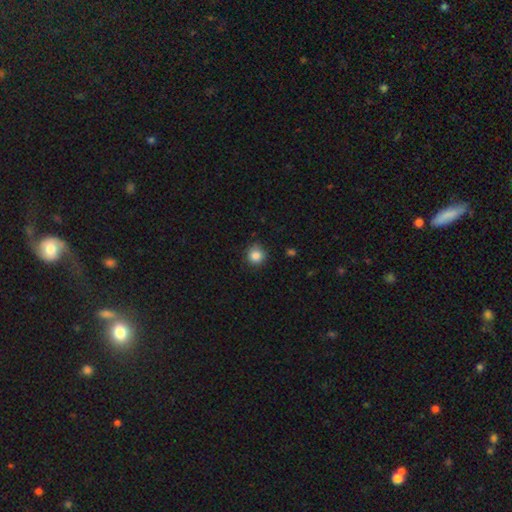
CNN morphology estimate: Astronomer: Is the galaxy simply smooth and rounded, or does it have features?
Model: smooth — 86%.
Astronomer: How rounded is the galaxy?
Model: round — 93%.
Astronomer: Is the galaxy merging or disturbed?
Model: none — 85%.